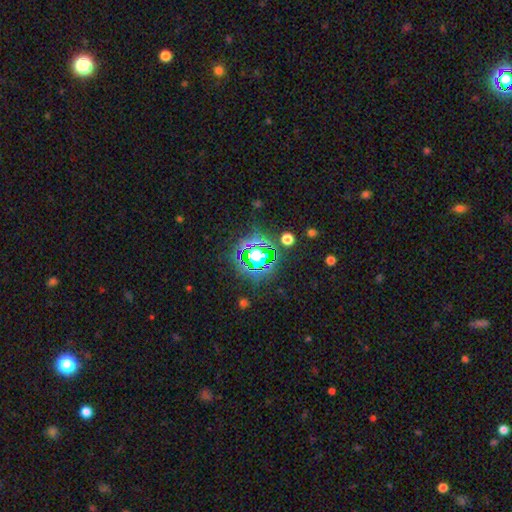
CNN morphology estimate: star or artifact 68%, smooth 20%, featured or disk 11%.